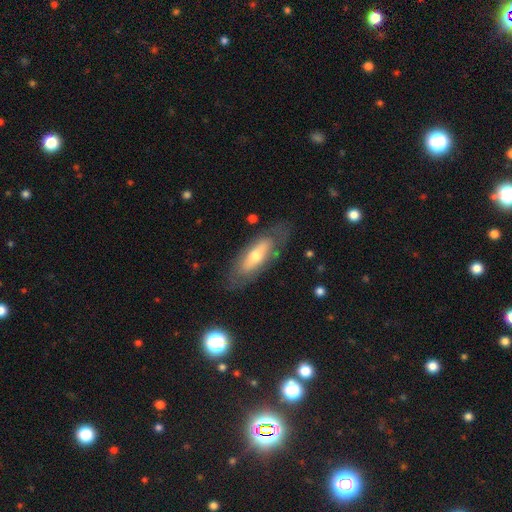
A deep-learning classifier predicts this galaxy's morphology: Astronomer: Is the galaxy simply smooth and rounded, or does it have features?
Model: featured or disk — 53% (runner-up: smooth, 41%).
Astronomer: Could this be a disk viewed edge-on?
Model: no — 71%.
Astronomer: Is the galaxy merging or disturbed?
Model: none — 74%.